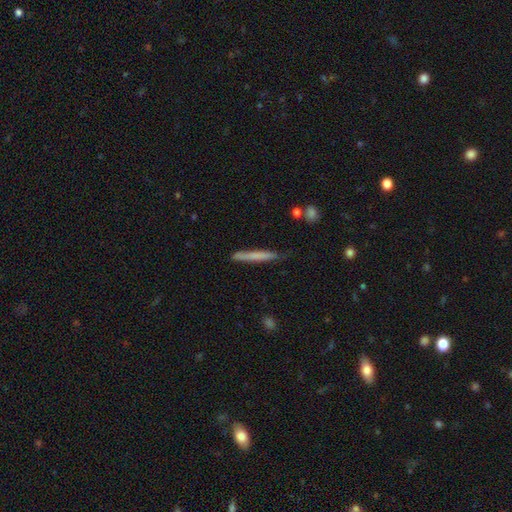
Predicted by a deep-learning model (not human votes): Q: Smooth or featured?
A: smooth (65%); runner-up: featured or disk (29%)
Q: How rounded?
A: cigar-shaped (96%); runner-up: in between (2%)
Q: Merging?
A: none (82%); runner-up: minor disturbance (14%)